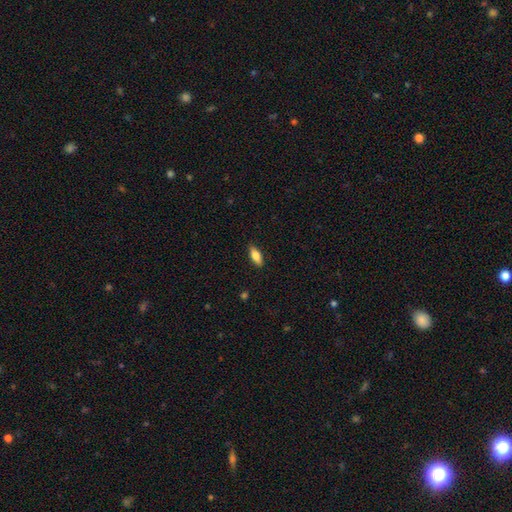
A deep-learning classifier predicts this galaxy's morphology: Smooth or featured? Predicted: smooth (p=0.75). How rounded? Predicted: in between (p=0.76). Merging? Predicted: none (p=0.89).